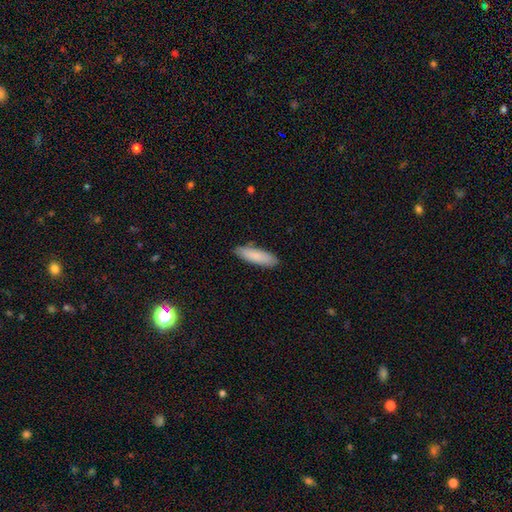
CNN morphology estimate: type=smooth (85%); roundness=cigar-shaped (59%); merging=none (87%).